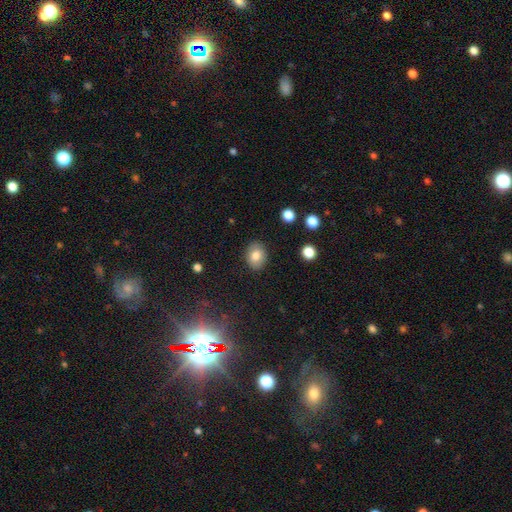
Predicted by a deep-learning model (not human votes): Smooth or featured?
  - smooth: 79% *
  - featured or disk: 12%
  - star or artifact: 9%
How rounded?
  - in between: 57% *
  - round: 42%
  - cigar-shaped: 1%
Merging?
  - none: 87% *
  - minor disturbance: 9%
  - major disturbance: 2%
  - merger: 1%